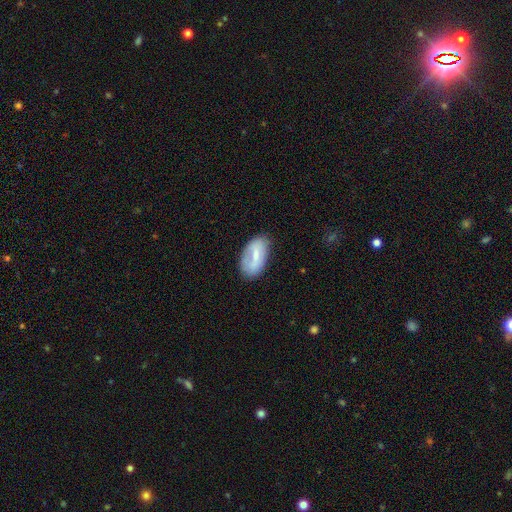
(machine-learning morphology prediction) smooth-or-featured: smooth: 56% | featured or disk: 37% | star or artifact: 7%
  how-rounded: in between: 93% | round: 4% | cigar-shaped: 3%
  merging: none: 71% | minor disturbance: 20% | major disturbance: 6% | merger: 2%